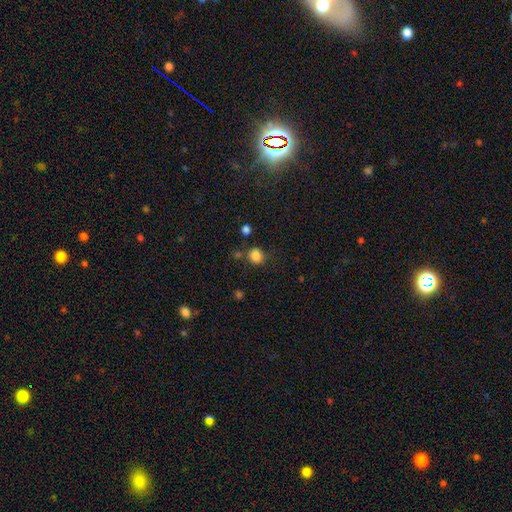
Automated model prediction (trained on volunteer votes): smooth 84%, star or artifact 12%, featured or disk 4%. Down the decision tree: how rounded — round (82%); merging — none (75%).